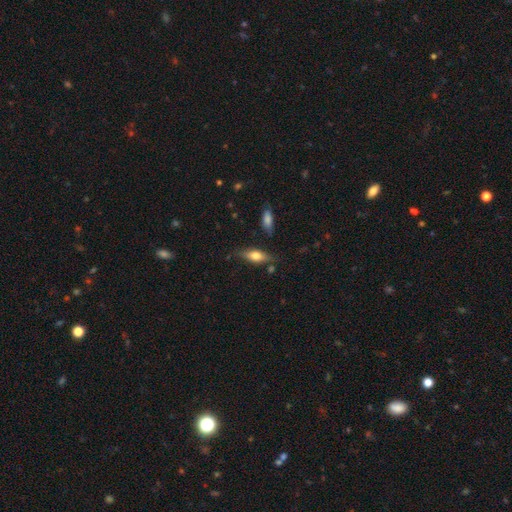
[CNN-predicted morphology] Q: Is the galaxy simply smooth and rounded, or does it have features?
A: smooth — 62%.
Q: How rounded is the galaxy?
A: in between — 64%.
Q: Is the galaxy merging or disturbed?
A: none — 74%.